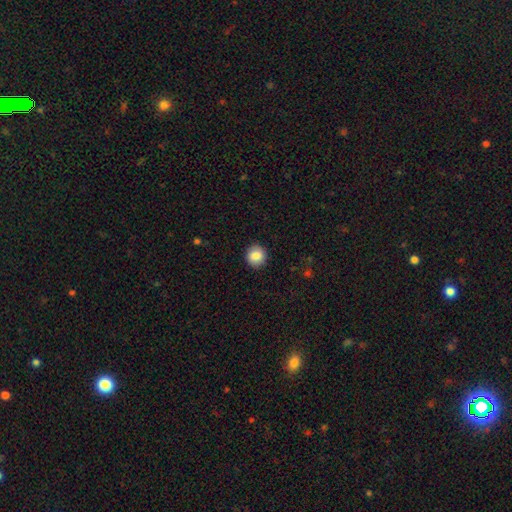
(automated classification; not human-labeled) Smooth or featured? Predicted: smooth (p=0.86). How rounded? Predicted: round (p=0.90). Merging? Predicted: none (p=0.91).